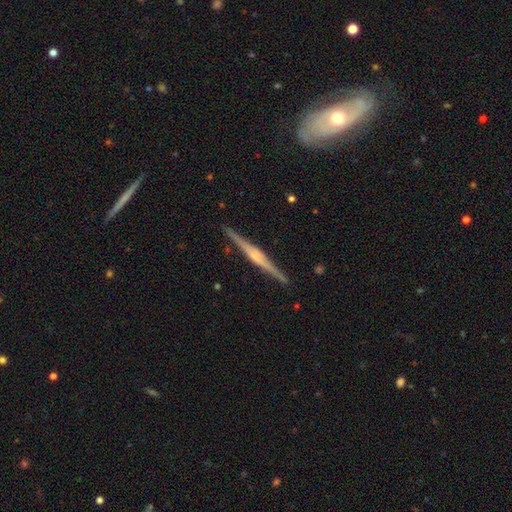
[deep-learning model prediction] Morphology: type=featured or disk (83%); edge-on=yes (98%); edge-on bulge=rounded (60%); merging=none (91%).